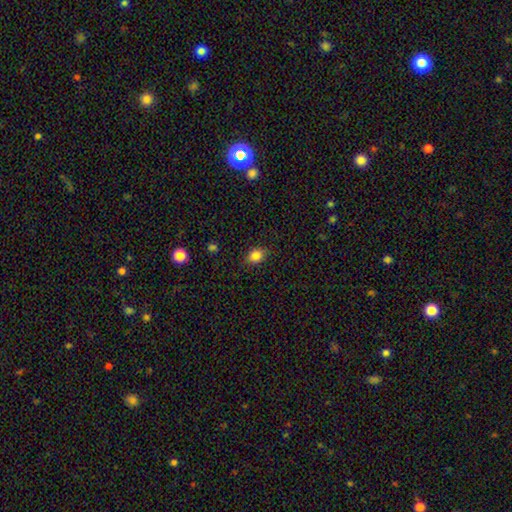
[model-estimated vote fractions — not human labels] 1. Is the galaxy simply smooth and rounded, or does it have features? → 83% smooth, 11% star or artifact, 6% featured or disk.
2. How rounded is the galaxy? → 52% in between, 47% round, 2% cigar-shaped.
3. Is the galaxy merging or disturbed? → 81% none, 14% minor disturbance, 3% major disturbance, 1% merger.